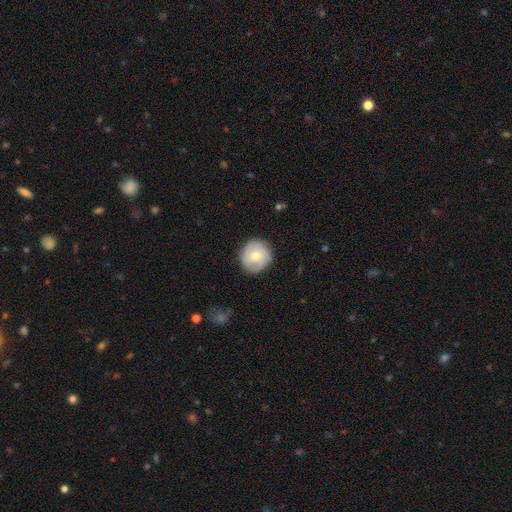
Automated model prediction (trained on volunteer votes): Overall: smooth (59%; featured or disk 34%). How rounded: round (91%). Merging: none (84%).